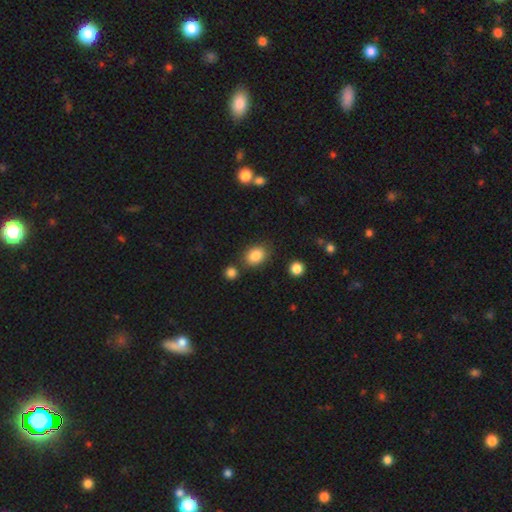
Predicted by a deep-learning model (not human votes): This is clearly a smooth galaxy (85%). How rounded: likely in between (62%). Merging: likely none (77%).